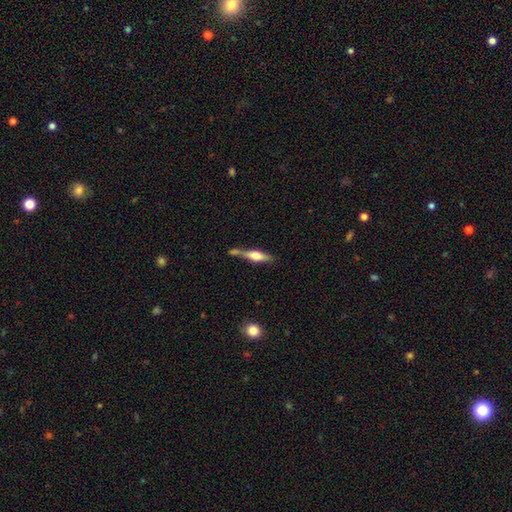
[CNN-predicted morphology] Overall: featured or disk (53%; smooth 40%). Edge-on disk: yes (93%). Merging: none (53%; merger 23%).